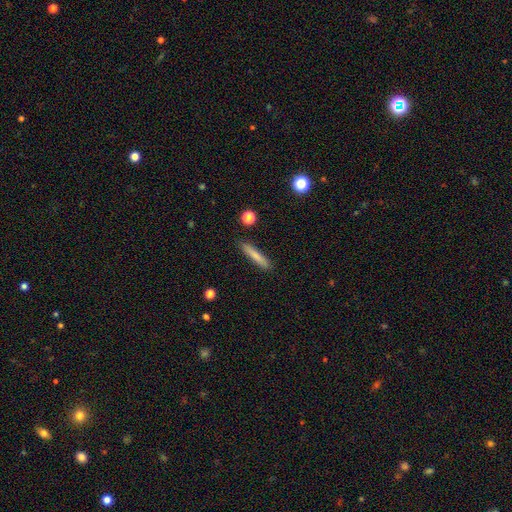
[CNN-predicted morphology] Q: Smooth or featured?
A: smooth (76%); runner-up: featured or disk (17%)
Q: How rounded?
A: cigar-shaped (91%); runner-up: in between (7%)
Q: Merging?
A: none (89%); runner-up: minor disturbance (8%)